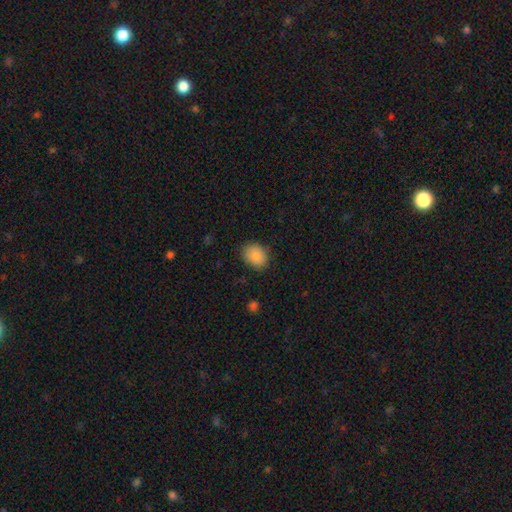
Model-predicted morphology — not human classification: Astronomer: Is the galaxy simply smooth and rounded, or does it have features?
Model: smooth — 87%.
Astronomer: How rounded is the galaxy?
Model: round — 52% (runner-up: in between, 47%).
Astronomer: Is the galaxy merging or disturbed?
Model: none — 82%.